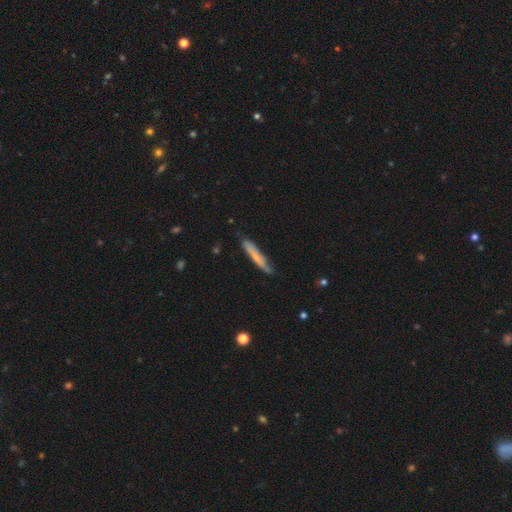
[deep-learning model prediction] The model was most divided on "smooth or featured": smooth: 63%, featured or disk: 31%, star or artifact: 6%. More confident: how rounded — cigar-shaped (93%); merging — none (71%).